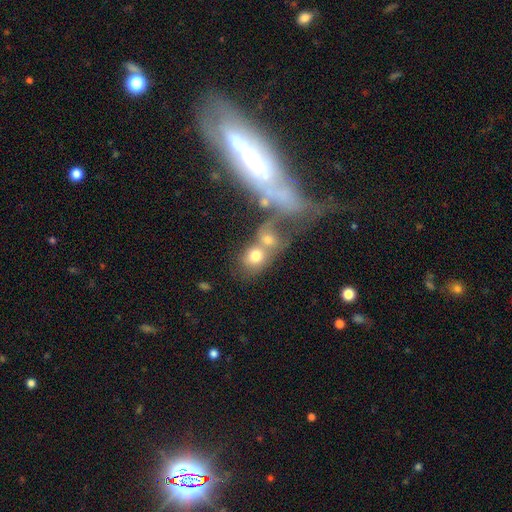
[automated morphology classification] Smooth or featured?
  - smooth: 66% *
  - featured or disk: 20%
  - star or artifact: 14%
How rounded?
  - round: 58% *
  - in between: 40%
  - cigar-shaped: 2%
Merging?
  - merger: 55% *
  - none: 26%
  - major disturbance: 9%
  - minor disturbance: 9%